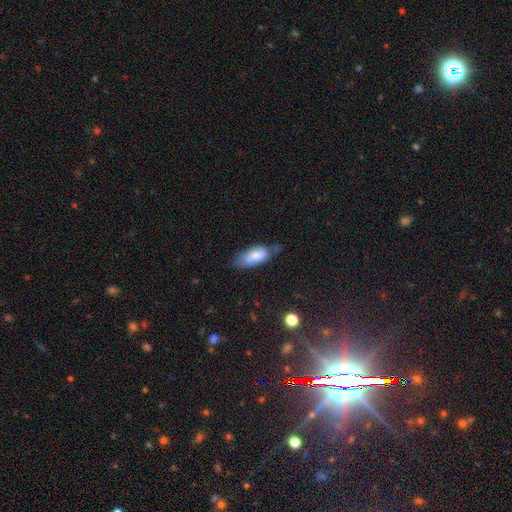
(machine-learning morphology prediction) type=smooth (74%); roundness=in between (84%); merging=none (44%).